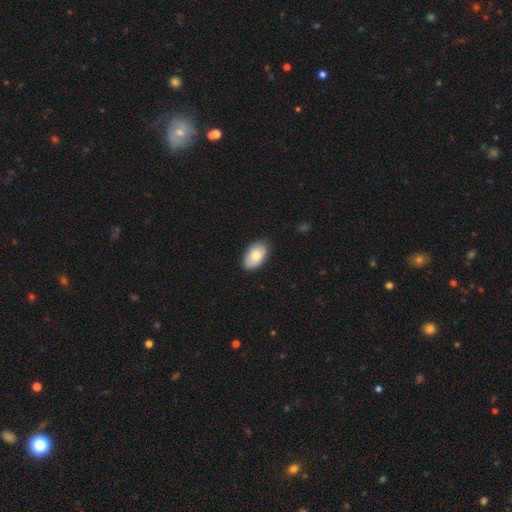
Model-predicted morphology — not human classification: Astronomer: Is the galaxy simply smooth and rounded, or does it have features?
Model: smooth — 77%.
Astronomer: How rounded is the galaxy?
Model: in between — 93%.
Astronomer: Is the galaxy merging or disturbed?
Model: none — 84%.